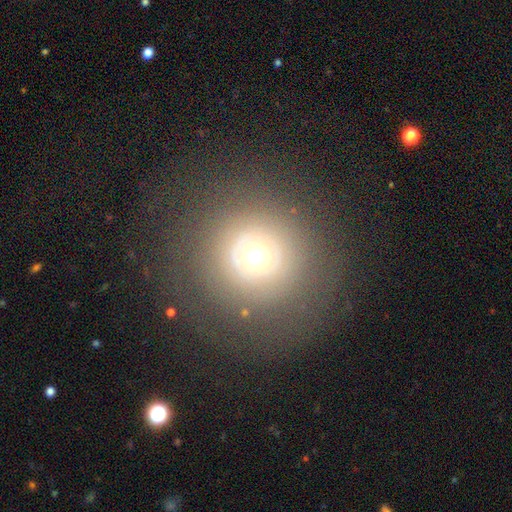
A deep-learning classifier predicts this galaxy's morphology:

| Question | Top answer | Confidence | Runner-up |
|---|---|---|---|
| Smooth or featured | smooth | 54% | featured or disk (29%) |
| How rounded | round | 94% | in between (5%) |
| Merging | none | 78% | minor disturbance (10%) |